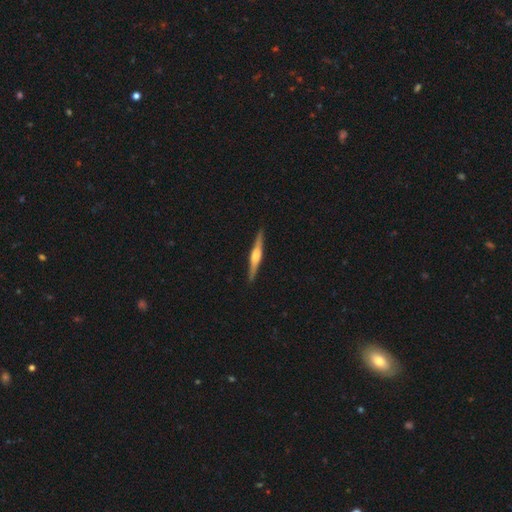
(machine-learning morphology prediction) Q: Smooth or featured?
A: featured or disk (70%); runner-up: smooth (25%)
Q: Edge-on disk?
A: yes (98%); runner-up: no (2%)
Q: Edge-on bulge?
A: rounded (72%); runner-up: boxy (21%)
Q: Merging?
A: none (91%); runner-up: minor disturbance (7%)